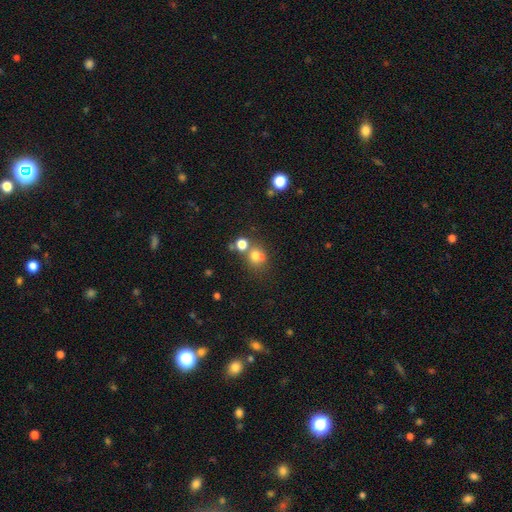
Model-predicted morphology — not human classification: This appears to be a smooth galaxy with no disk features (70%) that is round (80%). Merging: none (44%).